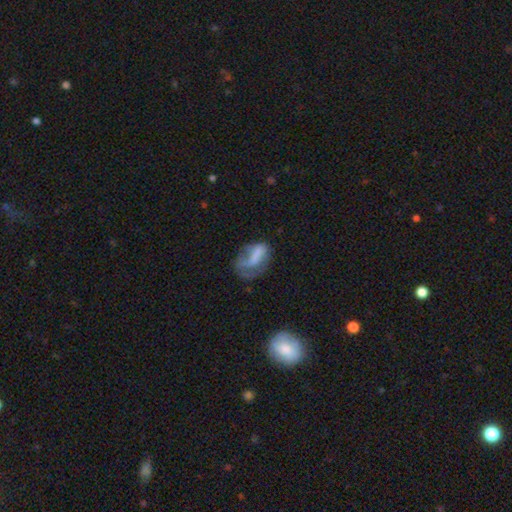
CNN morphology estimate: Overall: smooth (51%; featured or disk 40%). How rounded: in between (79%). Merging: major disturbance (44%; none 27%).